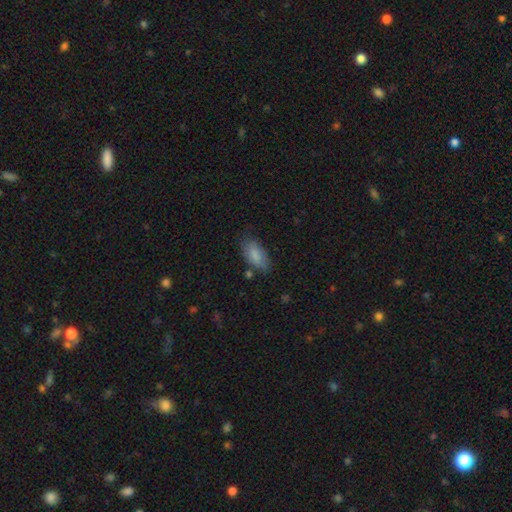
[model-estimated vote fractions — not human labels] Smooth or featured? smooth (84%)
How rounded? in between (90%)
Merging? none (68%)